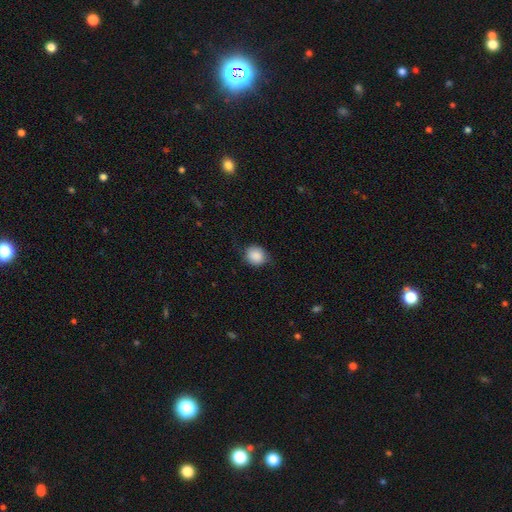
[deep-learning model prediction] Smooth or featured? smooth (87%)
How rounded? round (74%)
Merging? none (74%)